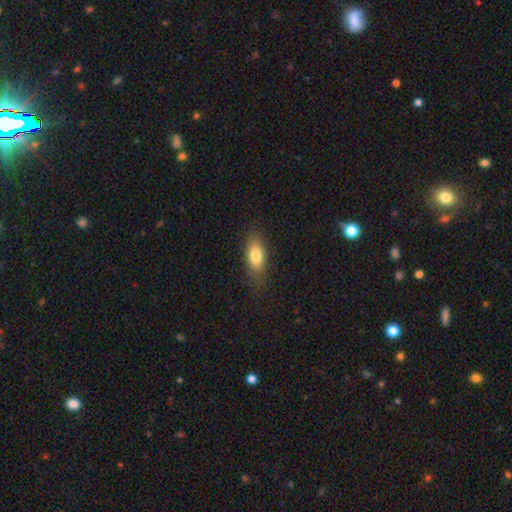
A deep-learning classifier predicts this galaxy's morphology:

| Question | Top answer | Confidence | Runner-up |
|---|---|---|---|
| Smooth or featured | smooth | 77% | featured or disk (16%) |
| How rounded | in between | 79% | cigar-shaped (16%) |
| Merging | none | 80% | minor disturbance (15%) |